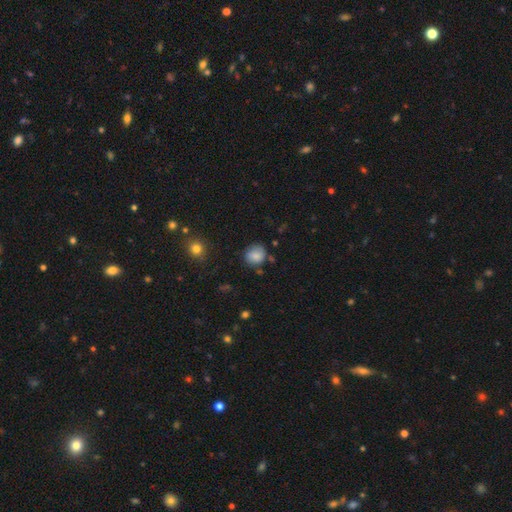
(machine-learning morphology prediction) smooth-or-featured: smooth: 82% | star or artifact: 9% | featured or disk: 9%
  how-rounded: round: 78% | in between: 21% | cigar-shaped: 1%
  merging: none: 72% | minor disturbance: 20% | major disturbance: 5% | merger: 4%